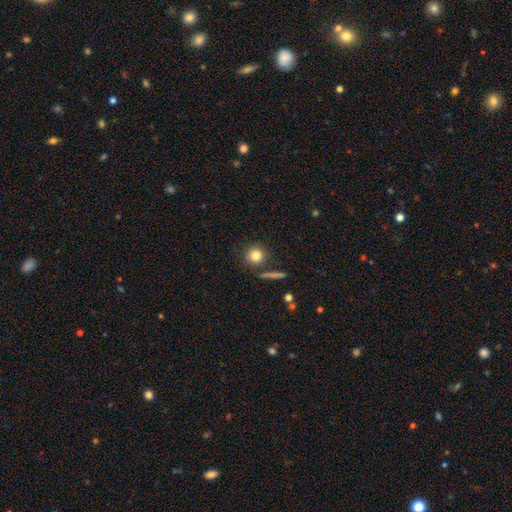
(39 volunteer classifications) A smooth galaxy with no disk features (85%) that is round (100%).

Vote fractions:
- Smooth or featured? smooth: 85% / featured or disk: 10% / star or artifact: 5%
- How rounded? round: 100% / in between: 0% / cigar-shaped: 0%
- Merging? none: 84% / minor disturbance: 11% / merger: 5% / major disturbance: 0%